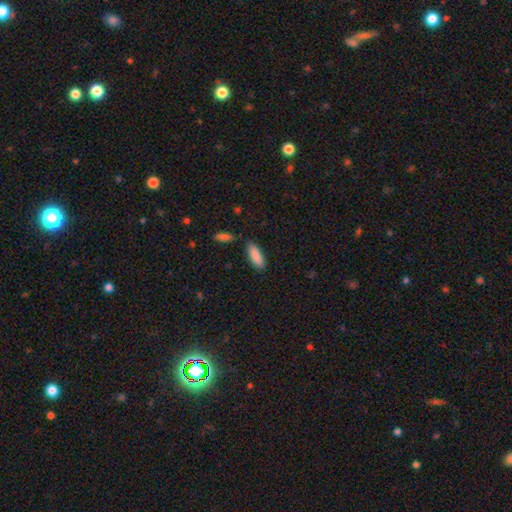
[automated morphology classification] smooth-or-featured: smooth: 88% | star or artifact: 6% | featured or disk: 5%
  how-rounded: in between: 62% | cigar-shaped: 37% | round: 2%
  merging: none: 78% | minor disturbance: 15% | merger: 5% | major disturbance: 3%